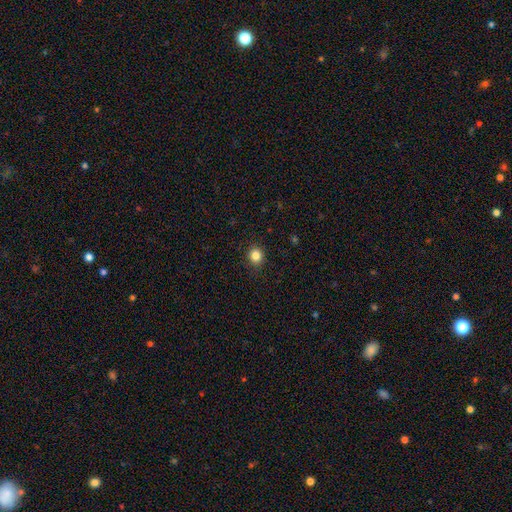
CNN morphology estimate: Smooth or featured: smooth — 84% (star or artifact — 11%)
How rounded: round — 86% (in between — 13%)
Merging: none — 91% (minor disturbance — 7%)